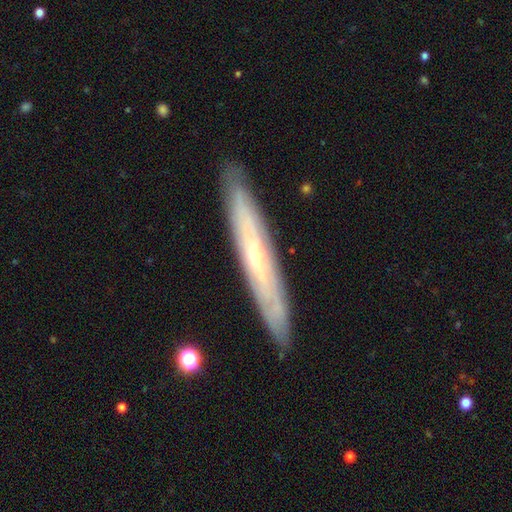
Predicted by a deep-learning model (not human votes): A featured or disk galaxy (71%) viewed edge-on (70%). Merging: none (88%).